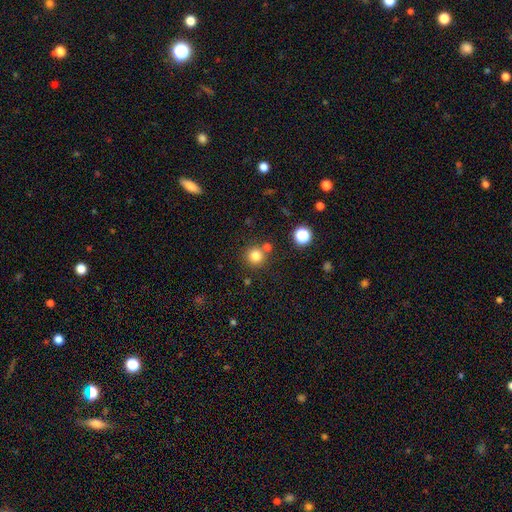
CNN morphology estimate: A smooth galaxy with no disk features (80%) that is round (94%).

Vote fractions:
- Smooth or featured? smooth: 80% / star or artifact: 14% / featured or disk: 6%
- How rounded? round: 94% / in between: 5% / cigar-shaped: 1%
- Merging? none: 76% / merger: 14% / minor disturbance: 7% / major disturbance: 3%